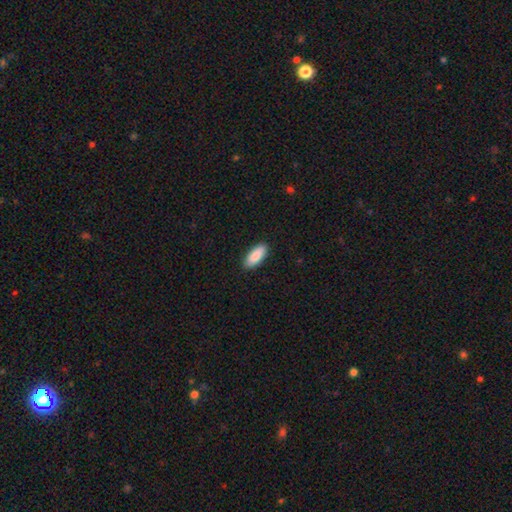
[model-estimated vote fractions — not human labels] Morphology: type=smooth (88%); roundness=in between (80%); merging=none (90%).